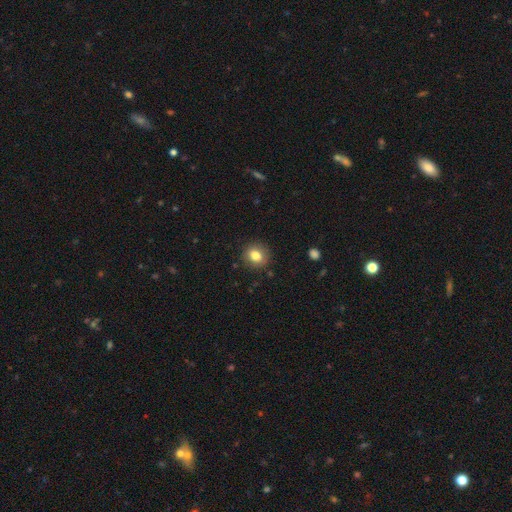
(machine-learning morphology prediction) smooth_or_featured: smooth (p=0.81) [alt: star or artifact p=0.10]
how_rounded: round (p=0.71) [alt: in between p=0.28]
merging: none (p=0.88) [alt: minor disturbance p=0.09]